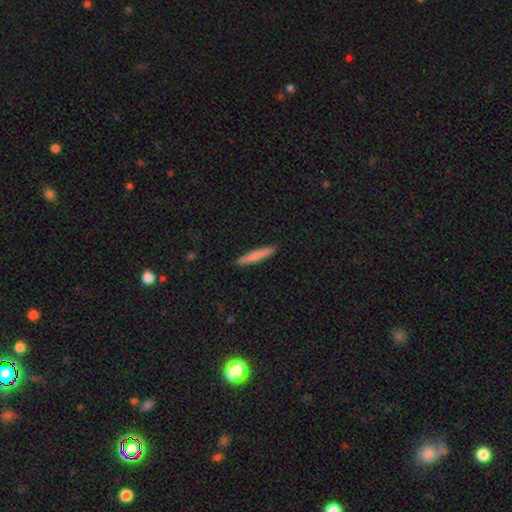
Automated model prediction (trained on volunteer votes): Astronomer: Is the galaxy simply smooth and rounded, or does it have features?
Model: smooth — 75%.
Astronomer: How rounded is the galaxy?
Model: cigar-shaped — 94%.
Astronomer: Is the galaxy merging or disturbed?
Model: none — 92%.